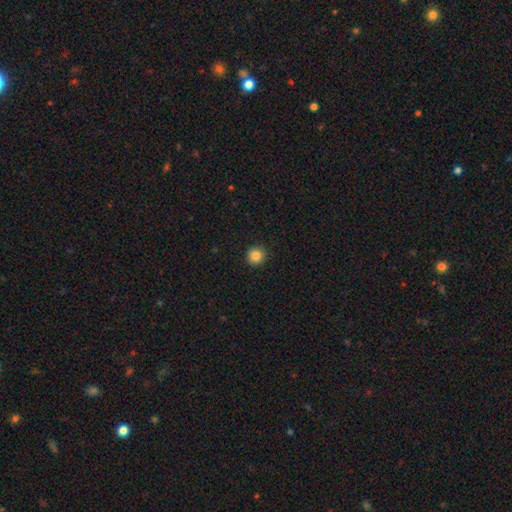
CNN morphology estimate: smooth 87%, star or artifact 10%, featured or disk 4%. Down the decision tree: how rounded — round (94%); merging — none (93%).